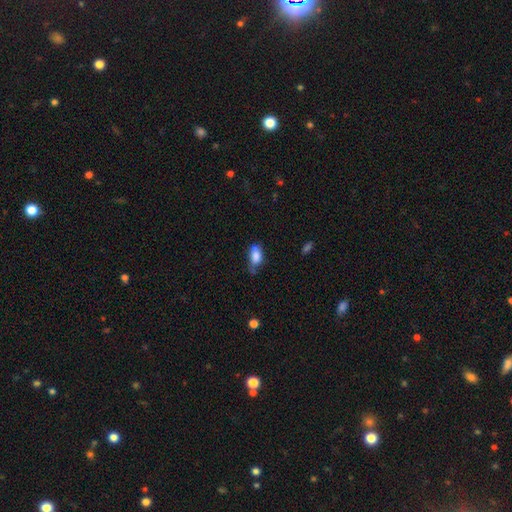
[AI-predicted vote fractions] This is likely a smooth galaxy (78%). How rounded: clearly in between (87%). Merging: marginally none (43%).